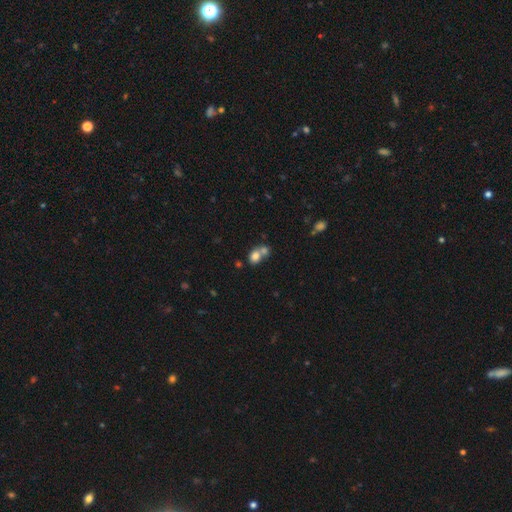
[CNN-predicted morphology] This appears to be a smooth galaxy with no disk features (78%) that is round (55%). Merging: merger (58%).